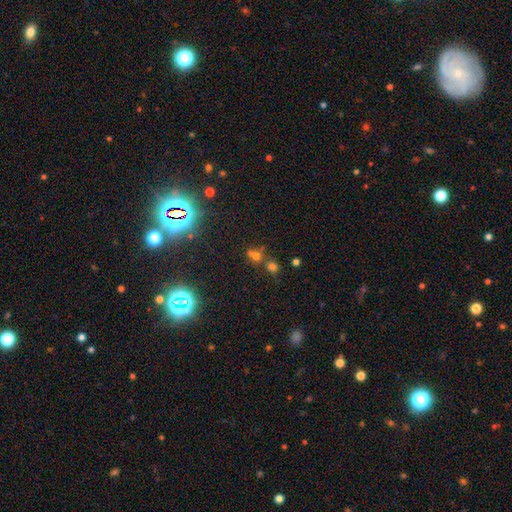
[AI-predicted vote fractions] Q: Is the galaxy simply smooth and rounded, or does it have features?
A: smooth — 51%.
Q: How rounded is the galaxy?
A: round — 79%.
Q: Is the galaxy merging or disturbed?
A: none — 51%.